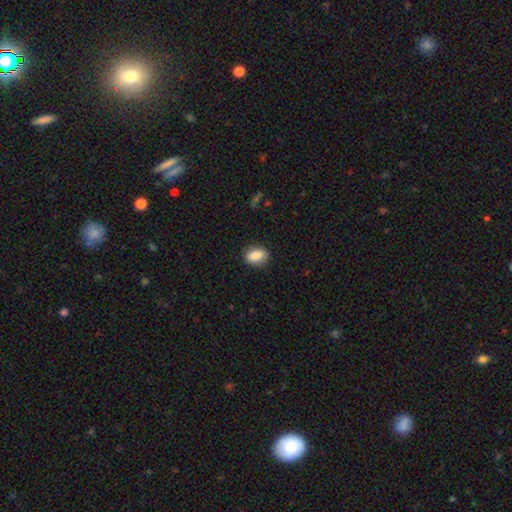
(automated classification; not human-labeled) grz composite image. It shows a smooth galaxy with no disk features (87%) that is in between round and cigar-shaped (81%). Merging: none (83%).